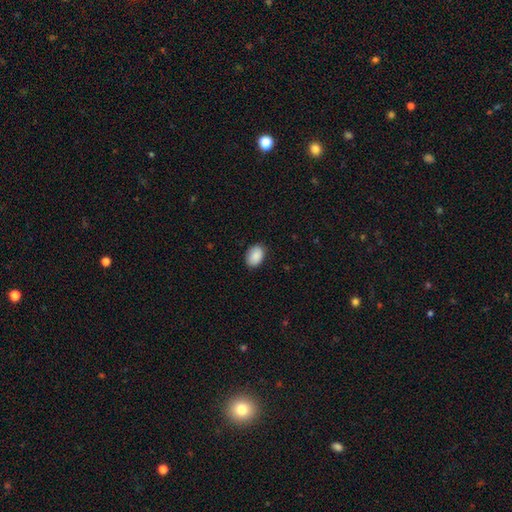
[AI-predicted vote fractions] The model was most divided on "how rounded": in between: 83%, round: 16%, cigar-shaped: 1%. More confident: smooth or featured — smooth (89%); merging — none (86%).